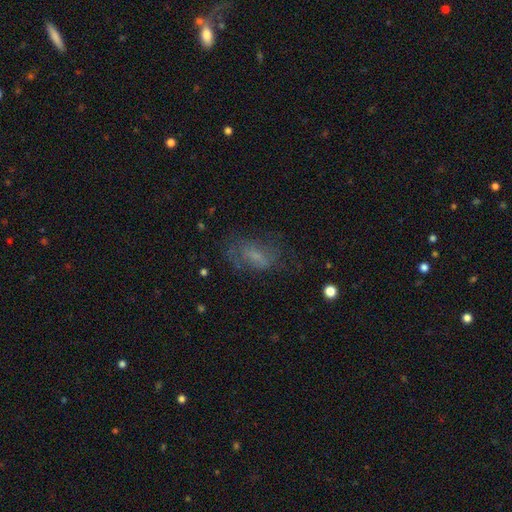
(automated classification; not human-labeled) smooth-or-featured: smooth: 47% | featured or disk: 38% | star or artifact: 14%
  merging: none: 50% | major disturbance: 25% | minor disturbance: 23% | merger: 2%